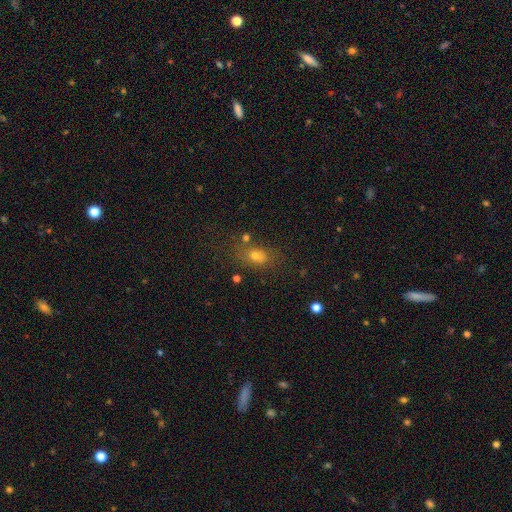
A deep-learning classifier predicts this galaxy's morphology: A smooth galaxy with no disk features (66%) that is in between round and cigar-shaped (64%). Merging: none (66%).